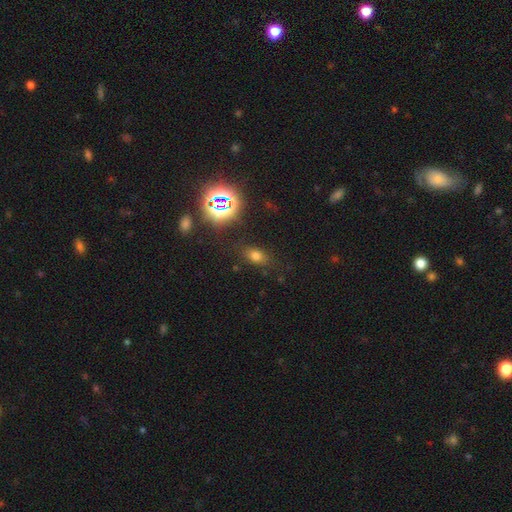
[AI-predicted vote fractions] This appears to be a smooth galaxy with no disk features (64%) that is in between round and cigar-shaped (76%). Merging: none (80%).